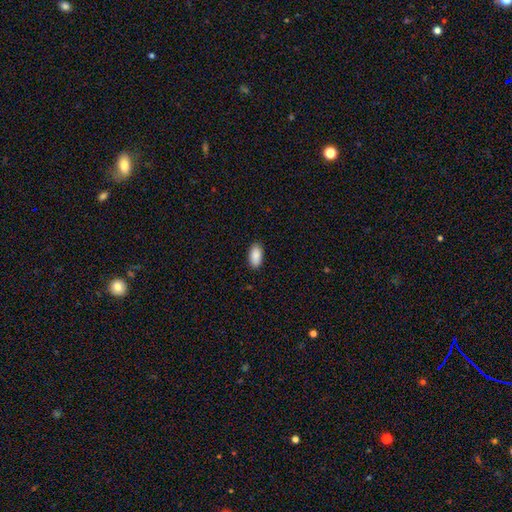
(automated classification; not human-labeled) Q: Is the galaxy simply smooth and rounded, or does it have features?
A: smooth — 90%.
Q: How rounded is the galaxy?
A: in between — 93%.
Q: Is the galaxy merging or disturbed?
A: none — 88%.